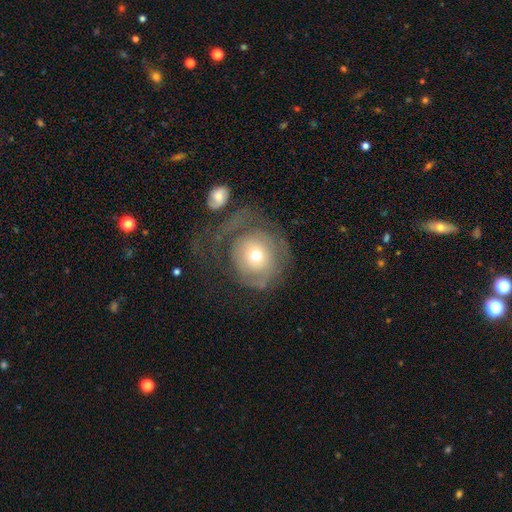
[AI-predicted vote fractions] Overall: smooth (46%, tied with featured or disk). Merging: major disturbance (39%; none 36%).